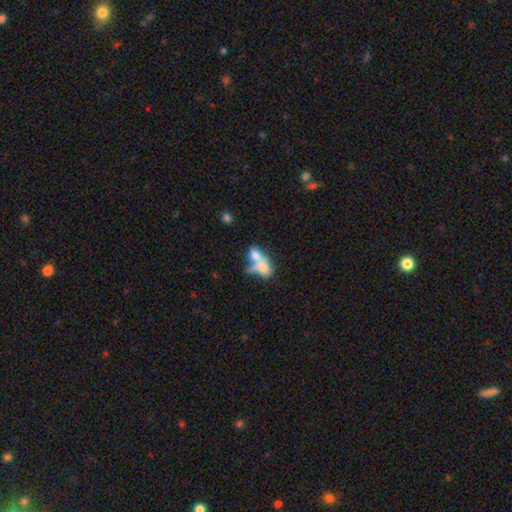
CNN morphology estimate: smooth_or_featured: smooth (p=0.69) [alt: featured or disk p=0.23]
how_rounded: in between (p=0.77) [alt: round p=0.17]
merging: merger (p=0.73) [alt: none p=0.13]